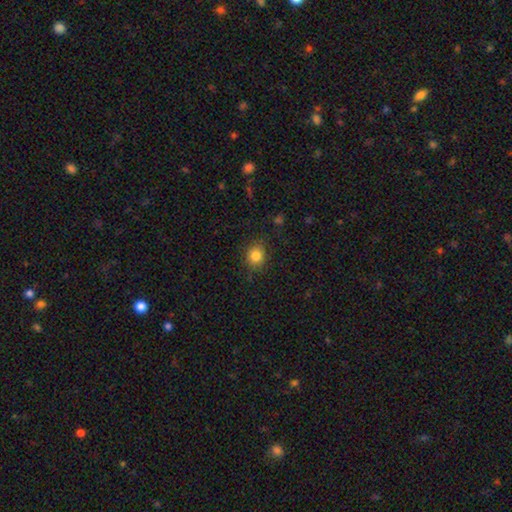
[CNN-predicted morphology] This is clearly a smooth galaxy (83%). How rounded: likely round (75%). Merging: clearly none (85%).